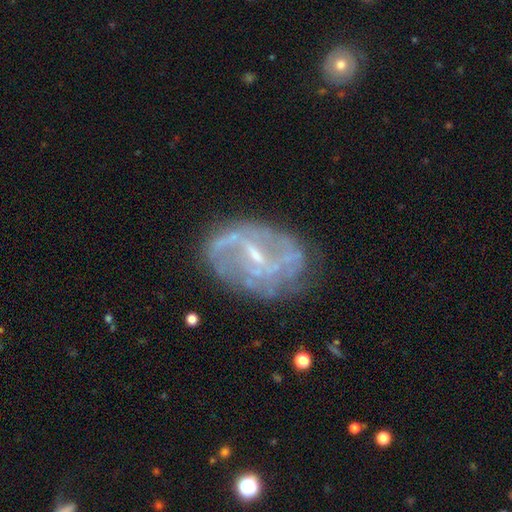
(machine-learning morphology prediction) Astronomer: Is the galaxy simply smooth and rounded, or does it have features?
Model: featured or disk — 80%.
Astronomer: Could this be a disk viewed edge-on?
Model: no — 96%.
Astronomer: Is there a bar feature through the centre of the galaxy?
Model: weak — 49% (runner-up: strong, 27%).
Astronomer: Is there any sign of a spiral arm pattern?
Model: yes — 79%.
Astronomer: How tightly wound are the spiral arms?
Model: loose — 39% (runner-up: medium, 37%).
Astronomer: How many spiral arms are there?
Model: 2 — 50% (runner-up: can't tell, 29%).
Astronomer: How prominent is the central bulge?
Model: small — 72%.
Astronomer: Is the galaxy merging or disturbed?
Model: none — 66%.